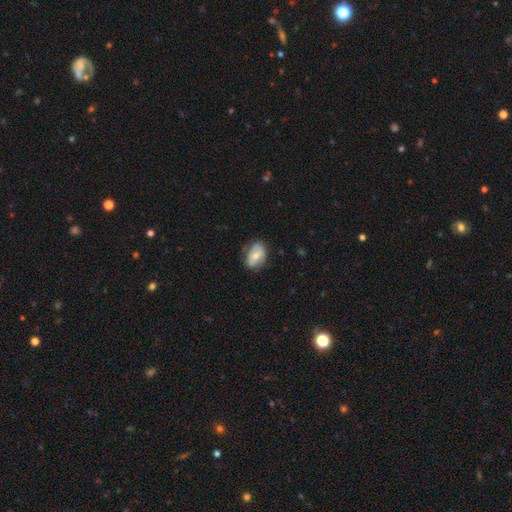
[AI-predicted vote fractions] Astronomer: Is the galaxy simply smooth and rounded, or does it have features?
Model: smooth — 49% (runner-up: featured or disk, 44%).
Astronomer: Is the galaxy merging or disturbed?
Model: none — 67%.